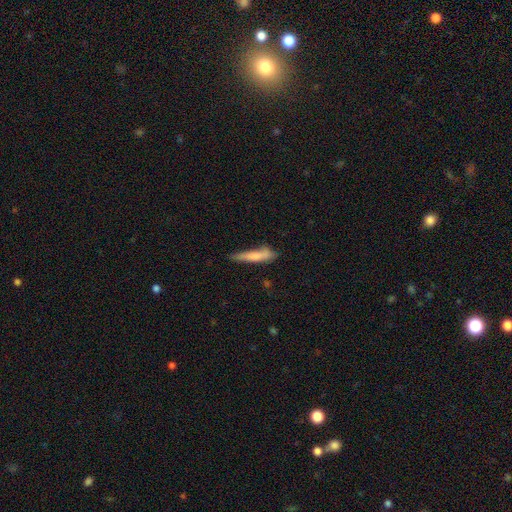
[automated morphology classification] Smooth or featured? smooth (73%)
How rounded? cigar-shaped (87%)
Merging? none (56%)